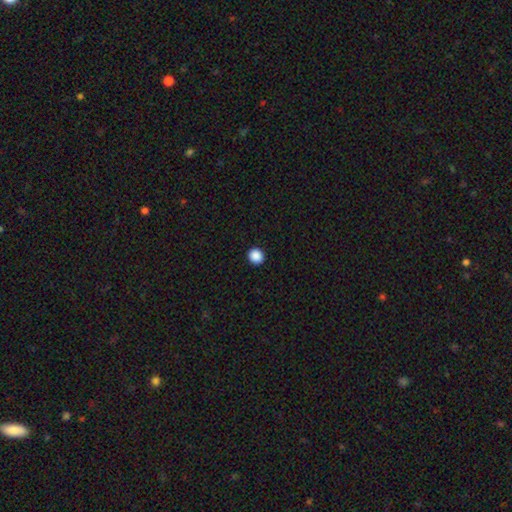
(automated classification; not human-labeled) Q: Smooth or featured?
A: smooth (89%); runner-up: star or artifact (9%)
Q: How rounded?
A: round (87%); runner-up: in between (12%)
Q: Merging?
A: none (93%); runner-up: minor disturbance (4%)